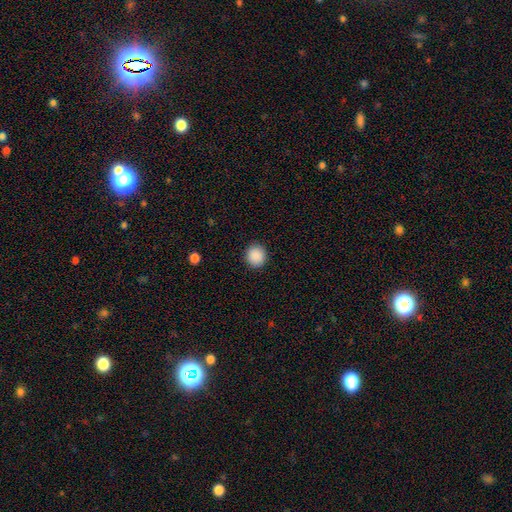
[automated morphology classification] smooth 90%, star or artifact 8%, featured or disk 2%. Down the decision tree: how rounded — round (88%); merging — none (91%).